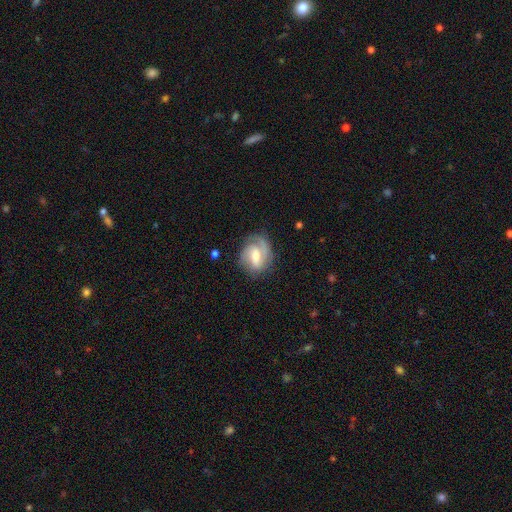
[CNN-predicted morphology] Smooth or featured? Predicted: featured or disk (p=0.76). Edge-on disk? Predicted: no (p=0.97). Bar? Predicted: weak (p=0.52). Spiral arms? Predicted: yes (p=0.93). Spiral winding? Predicted: tight (p=0.43). Spiral arm count? Predicted: 2 (p=0.55). Bulge size? Predicted: moderate (p=0.59). Merging? Predicted: none (p=0.71).